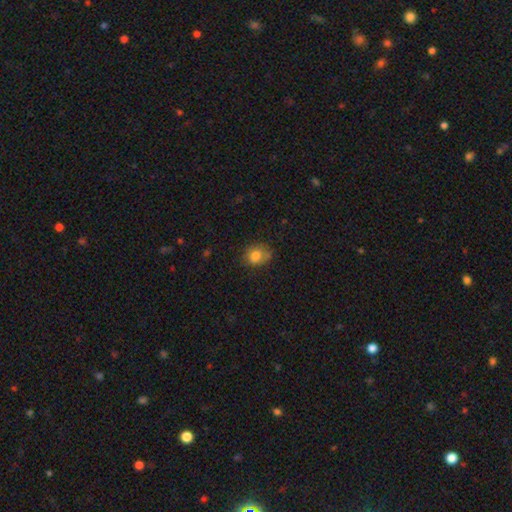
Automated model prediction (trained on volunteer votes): Smooth or featured? smooth (80%)
How rounded? round (59%)
Merging? none (65%)